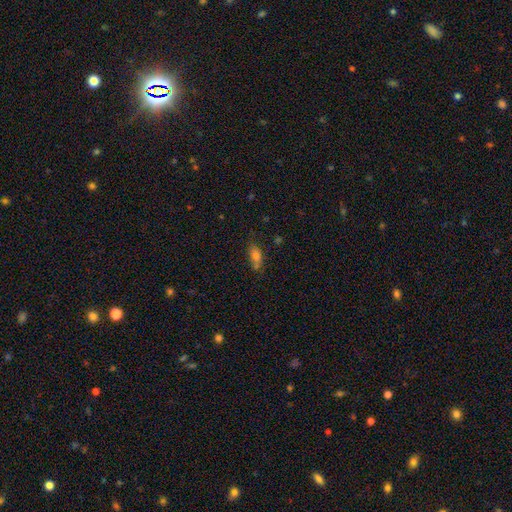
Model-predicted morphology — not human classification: Smooth or featured: smooth — 74% (featured or disk — 14%)
How rounded: in between — 83% (cigar-shaped — 11%)
Merging: none — 58% (minor disturbance — 20%)